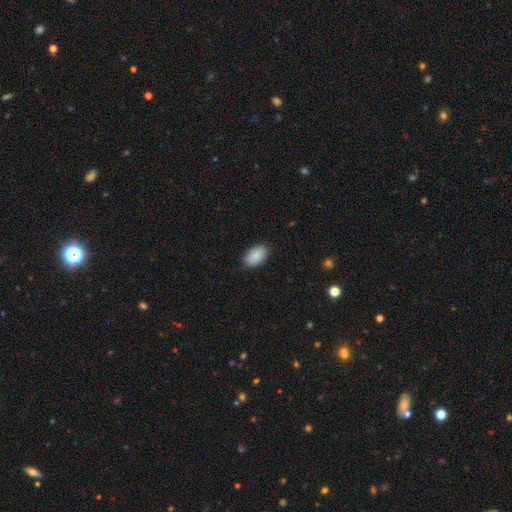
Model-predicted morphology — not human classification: type=smooth (87%); roundness=in between (91%); merging=none (87%).